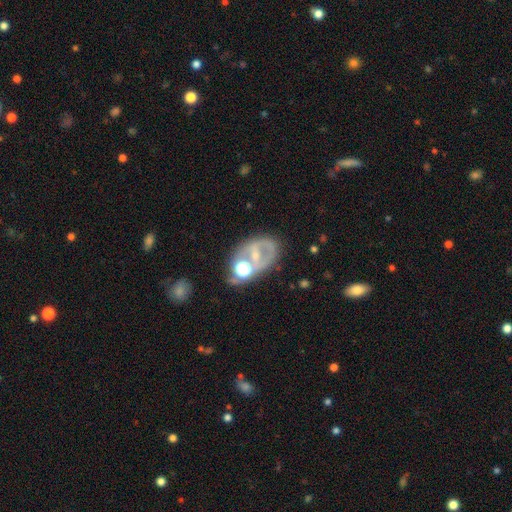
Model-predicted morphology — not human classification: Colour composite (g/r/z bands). It shows a featured or disk galaxy (58%) with no bar (50%), no spiral arms (66%) and a moderate central bulge (45%). Merging: none (53%).